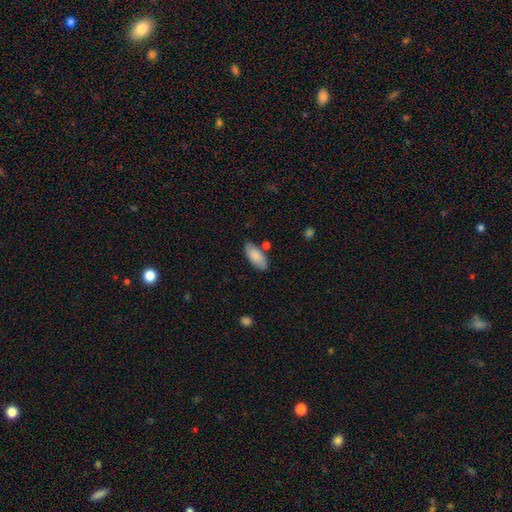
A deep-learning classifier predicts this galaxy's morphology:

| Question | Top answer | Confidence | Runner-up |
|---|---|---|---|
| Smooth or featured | smooth | 85% | featured or disk (9%) |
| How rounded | in between | 88% | cigar-shaped (10%) |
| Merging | none | 74% | minor disturbance (16%) |